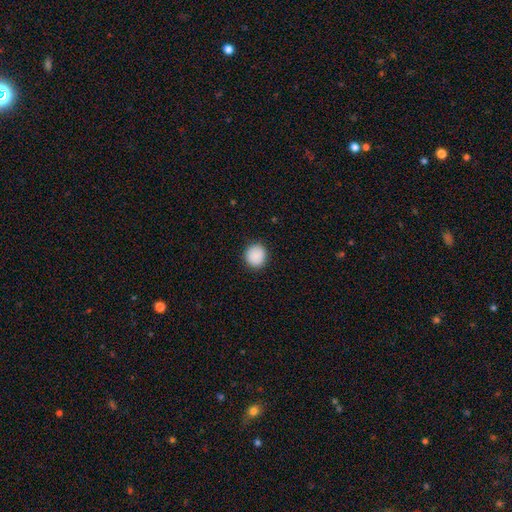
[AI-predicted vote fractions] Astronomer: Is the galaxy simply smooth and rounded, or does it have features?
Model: smooth — 90%.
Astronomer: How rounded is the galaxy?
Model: round — 89%.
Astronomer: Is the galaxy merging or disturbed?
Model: none — 90%.